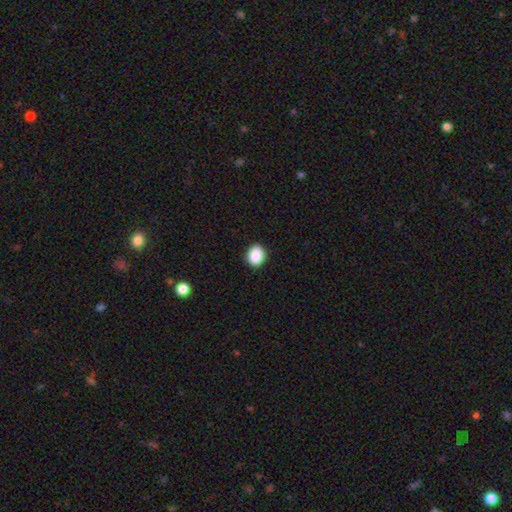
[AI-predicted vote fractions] smooth_or_featured: smooth (p=0.89) [alt: star or artifact p=0.08]
how_rounded: round (p=0.55) [alt: in between p=0.44]
merging: none (p=0.90) [alt: minor disturbance p=0.07]